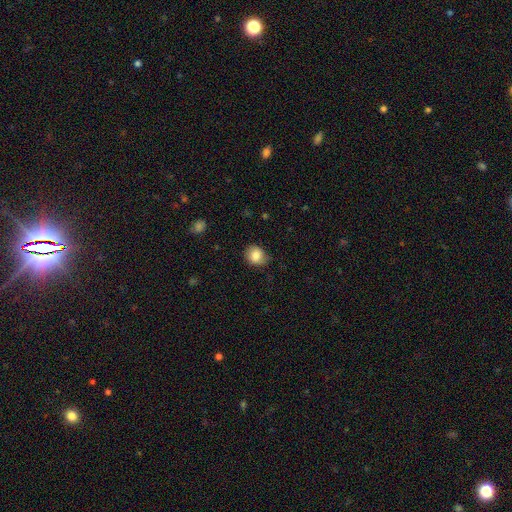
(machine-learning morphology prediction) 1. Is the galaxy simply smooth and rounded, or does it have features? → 84% smooth, 9% star or artifact, 7% featured or disk.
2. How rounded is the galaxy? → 71% round, 28% in between, 1% cigar-shaped.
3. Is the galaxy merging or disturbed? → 74% none, 21% minor disturbance, 4% major disturbance, 1% merger.